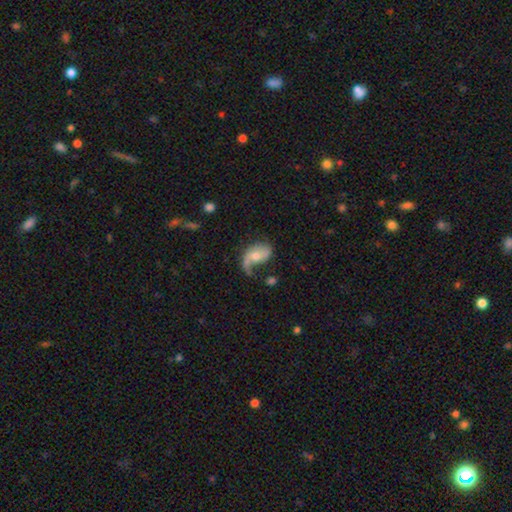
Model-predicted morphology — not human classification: smooth-or-featured: featured or disk: 69% | smooth: 24% | star or artifact: 6%
  disk-edge-on: no: 96% | yes: 4%
    bar: no: 61% | weak: 31% | strong: 9%
    has-spiral-arms: yes: 89% | no: 11%
      spiral-winding: loose: 69% | medium: 23% | tight: 8%
      spiral-arm-count: 2: 54% | 1: 40% | can't tell: 4% | 3: 1% | 4: 1% | more than 4: 1%
    bulge-size: moderate: 58% | small: 34% | large: 4% | none: 3% | dominant: 1%
  merging: none: 39% | major disturbance: 30% | minor disturbance: 26% | merger: 5%